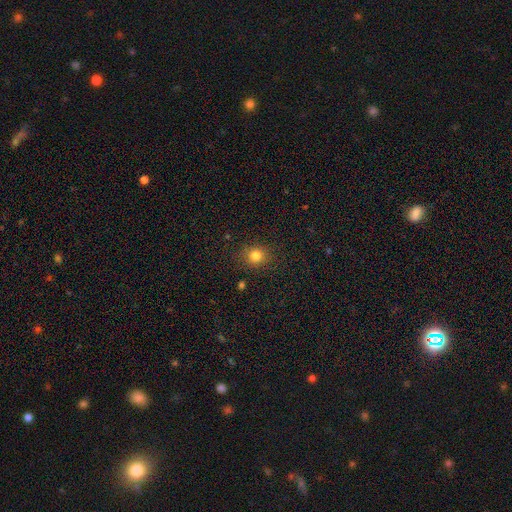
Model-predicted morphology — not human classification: Overall: smooth (81%). How rounded: round (83%). Merging: none (88%).